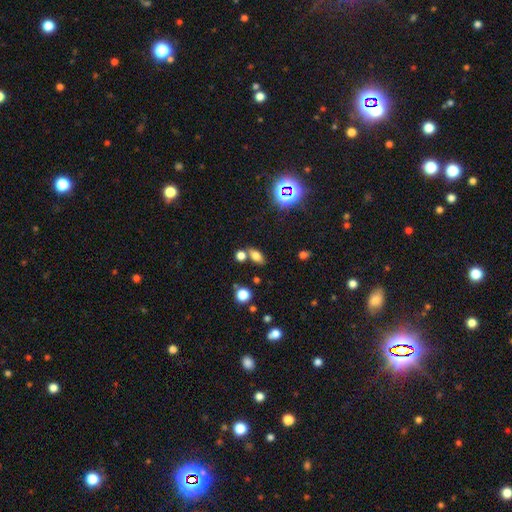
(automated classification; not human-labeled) Smooth or featured?
  - smooth: 70% *
  - star or artifact: 18%
  - featured or disk: 12%
How rounded?
  - in between: 80% *
  - round: 12%
  - cigar-shaped: 8%
Merging?
  - none: 64% *
  - merger: 21%
  - minor disturbance: 11%
  - major disturbance: 4%